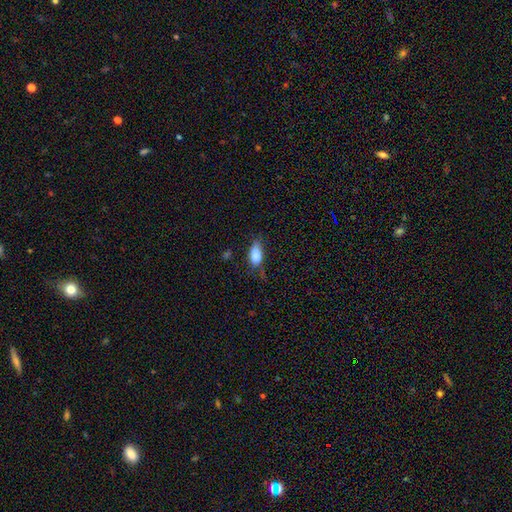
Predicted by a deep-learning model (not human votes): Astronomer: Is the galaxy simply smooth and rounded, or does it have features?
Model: smooth — 81%.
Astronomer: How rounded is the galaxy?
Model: in between — 86%.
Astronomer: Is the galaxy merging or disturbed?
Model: none — 51% (runner-up: minor disturbance, 34%).